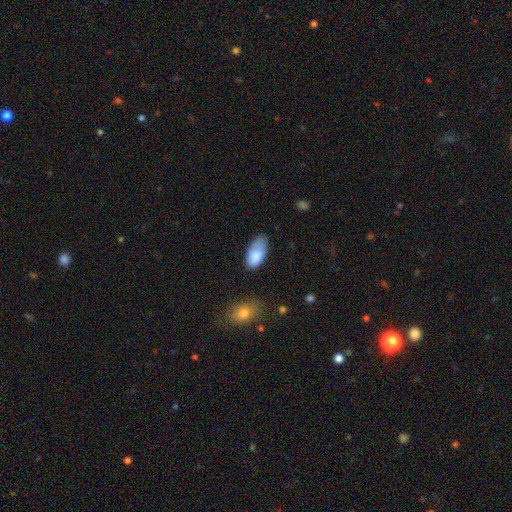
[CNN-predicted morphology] The model was most divided on "merging": none: 53%, minor disturbance: 34%, major disturbance: 10%, merger: 3%. More confident: how rounded — in between (94%); smooth or featured — smooth (84%).